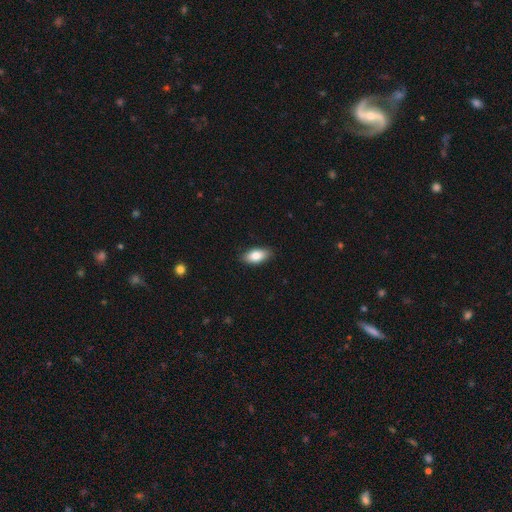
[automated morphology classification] smooth 83%, featured or disk 10%, star or artifact 7%. Down the decision tree: how rounded — in between (90%); merging — none (86%).